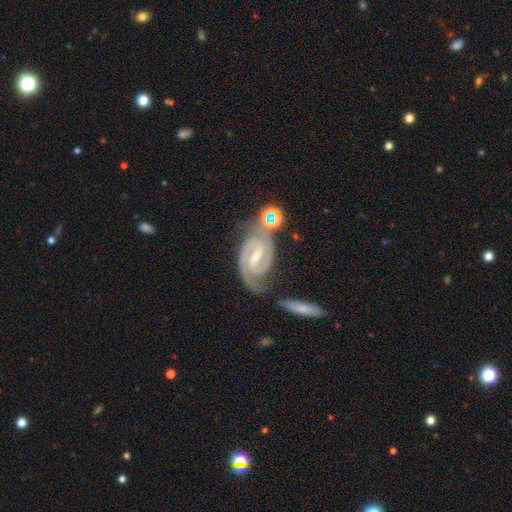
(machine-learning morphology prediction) Smooth or featured: featured or disk — 90% (star or artifact — 5%)
Edge-on disk: no — 97% (yes — 3%)
Bar: weak — 47% (strong — 39%)
Spiral arms: yes — 98% (no — 2%)
Spiral winding: tight — 50% (medium — 43%)
Spiral arm count: 2 — 86% (3 — 6%)
Bulge size: small — 65% (moderate — 29%)
Merging: none — 59% (minor disturbance — 18%)